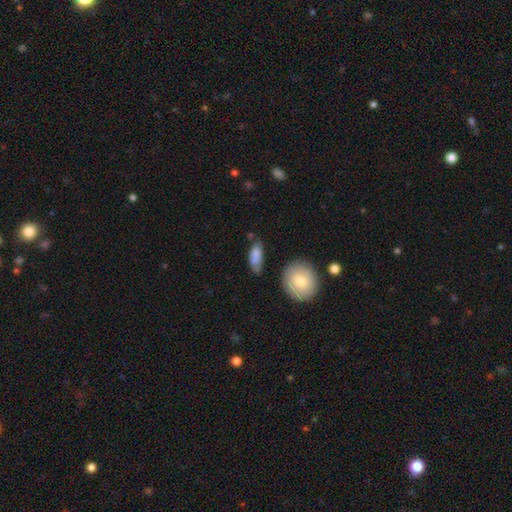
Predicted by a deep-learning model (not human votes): Q: Smooth or featured?
A: smooth (78%); runner-up: featured or disk (14%)
Q: How rounded?
A: in between (77%); runner-up: cigar-shaped (18%)
Q: Merging?
A: none (57%); runner-up: minor disturbance (25%)